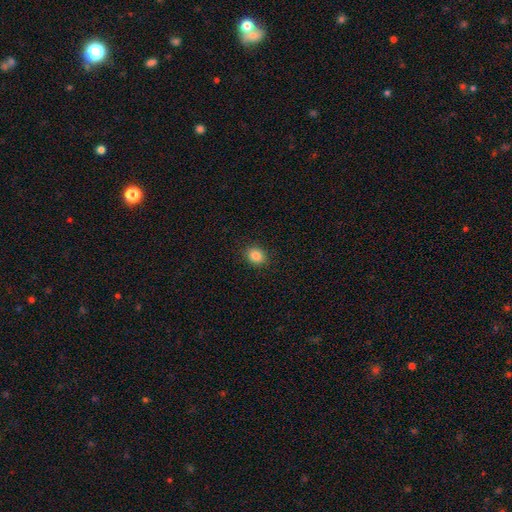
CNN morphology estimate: Smooth or featured? Predicted: smooth (p=0.85). How rounded? Predicted: round (p=0.54). Merging? Predicted: none (p=0.90).